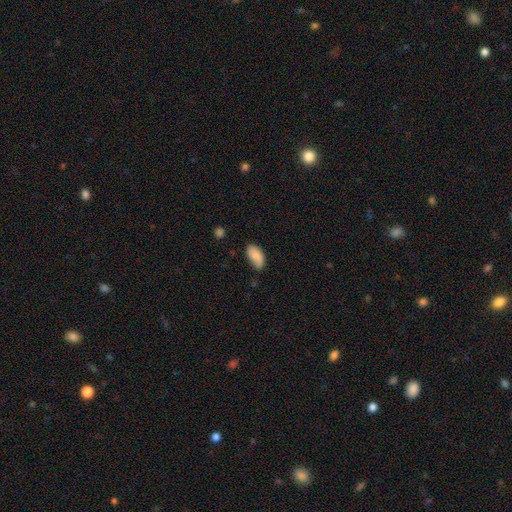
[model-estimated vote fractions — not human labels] Q: Smooth or featured?
A: smooth (81%); runner-up: featured or disk (11%)
Q: How rounded?
A: in between (94%); runner-up: round (3%)
Q: Merging?
A: none (61%); runner-up: minor disturbance (30%)